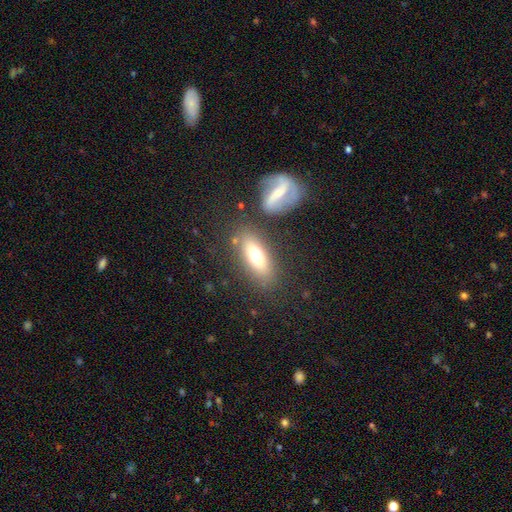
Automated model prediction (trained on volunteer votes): Smooth or featured? smooth (66%)
How rounded? in between (69%)
Merging? none (75%)